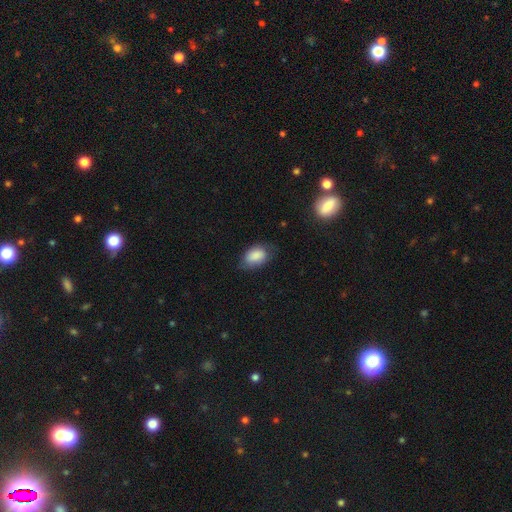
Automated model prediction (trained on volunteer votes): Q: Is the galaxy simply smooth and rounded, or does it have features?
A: smooth — 85%.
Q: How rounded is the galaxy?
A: in between — 89%.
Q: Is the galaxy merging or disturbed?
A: none — 66%.